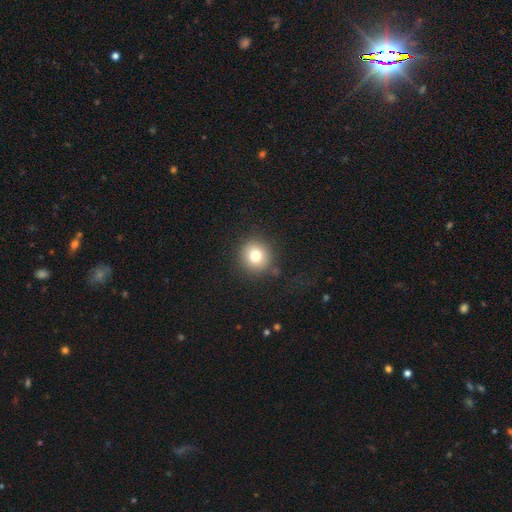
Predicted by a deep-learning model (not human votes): Overall: smooth (78%). How rounded: round (92%). Merging: none (87%).